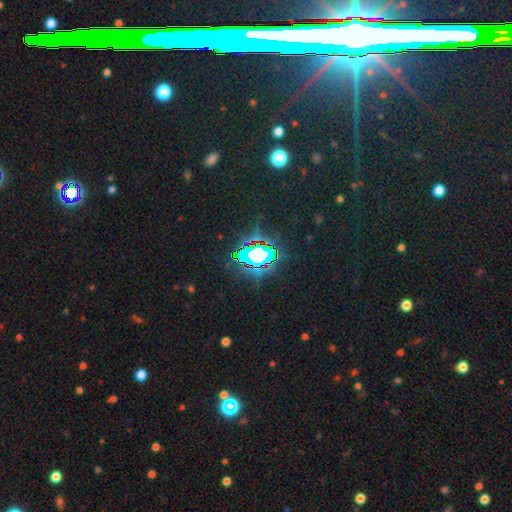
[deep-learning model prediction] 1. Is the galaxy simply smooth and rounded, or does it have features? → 76% star or artifact, 14% smooth, 11% featured or disk.